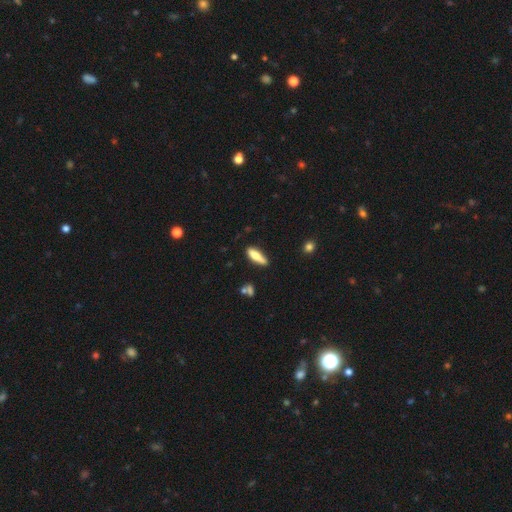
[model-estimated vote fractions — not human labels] Overall: smooth (71%). How rounded: cigar-shaped (54%; in between 44%). Merging: none (71%).